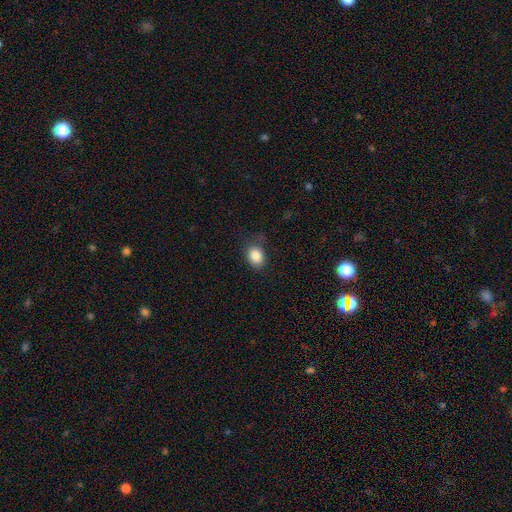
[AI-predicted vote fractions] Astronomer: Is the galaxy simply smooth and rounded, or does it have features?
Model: smooth — 86%.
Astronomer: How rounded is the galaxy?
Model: in between — 65%.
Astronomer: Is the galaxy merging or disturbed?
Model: none — 73%.